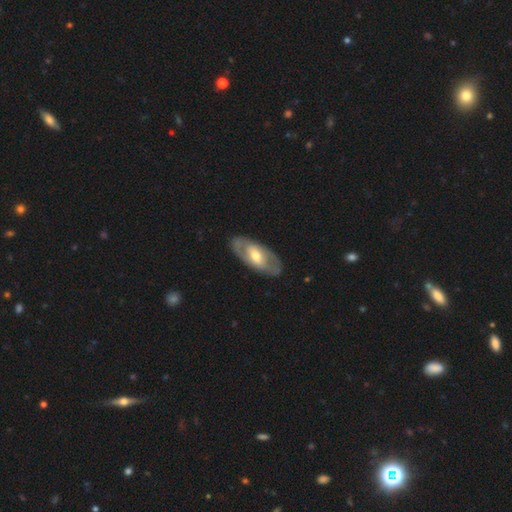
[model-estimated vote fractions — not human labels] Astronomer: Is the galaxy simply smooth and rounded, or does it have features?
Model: featured or disk — 62%.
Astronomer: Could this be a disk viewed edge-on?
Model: no — 88%.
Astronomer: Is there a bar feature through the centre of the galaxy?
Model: no — 46% (runner-up: weak, 35%).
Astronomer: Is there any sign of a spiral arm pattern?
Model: no — 56% (runner-up: yes, 44%).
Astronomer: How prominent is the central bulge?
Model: moderate — 68%.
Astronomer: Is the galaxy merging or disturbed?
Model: none — 84%.